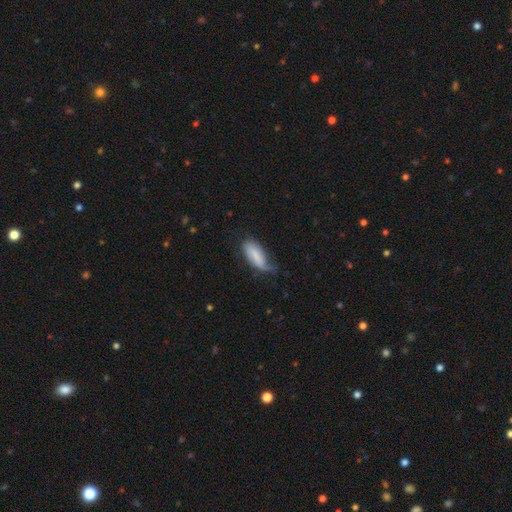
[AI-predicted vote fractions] Smooth or featured? Predicted: smooth (p=0.72). How rounded? Predicted: in between (p=0.81). Merging? Predicted: minor disturbance (p=0.41).